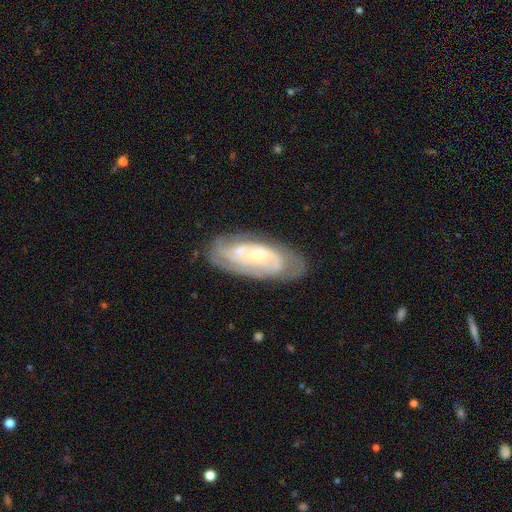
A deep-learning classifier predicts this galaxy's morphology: Q: Smooth or featured?
A: featured or disk (79%); runner-up: smooth (15%)
Q: Edge-on disk?
A: no (92%); runner-up: yes (8%)
Q: Bar?
A: no (67%); runner-up: weak (25%)
Q: Spiral arms?
A: yes (91%); runner-up: no (9%)
Q: Spiral winding?
A: tight (63%); runner-up: medium (29%)
Q: Spiral arm count?
A: can't tell (39%); runner-up: 2 (26%)
Q: Bulge size?
A: small (74%); runner-up: moderate (22%)
Q: Merging?
A: none (72%); runner-up: minor disturbance (19%)